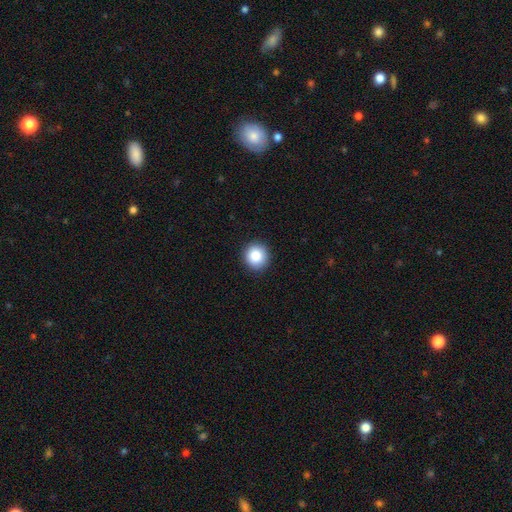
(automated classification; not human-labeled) This appears to be a smooth galaxy with no disk features (84%) that is round (94%). Merging: none (92%).